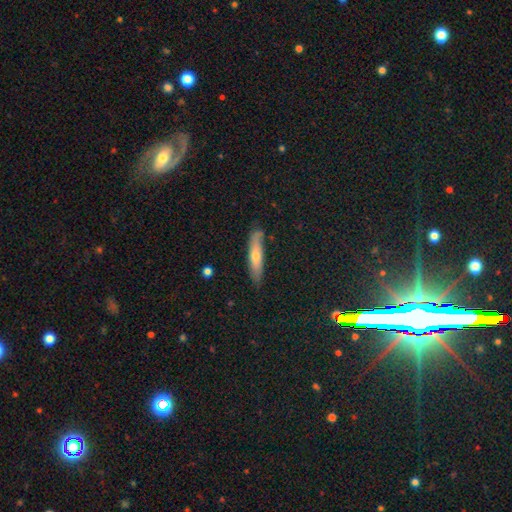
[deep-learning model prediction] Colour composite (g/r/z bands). It shows a smooth galaxy with no disk features (60%) that is cigar-shaped (83%). Merging: none (79%).